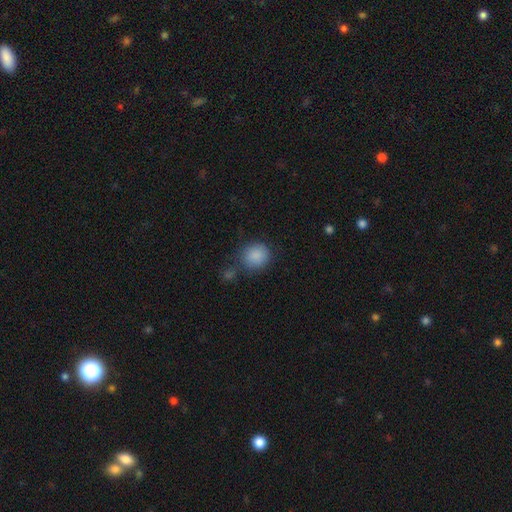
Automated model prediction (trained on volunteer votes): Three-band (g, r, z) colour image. It shows a smooth galaxy with no disk features (87%) that is round (83%). Merging: none (68%).